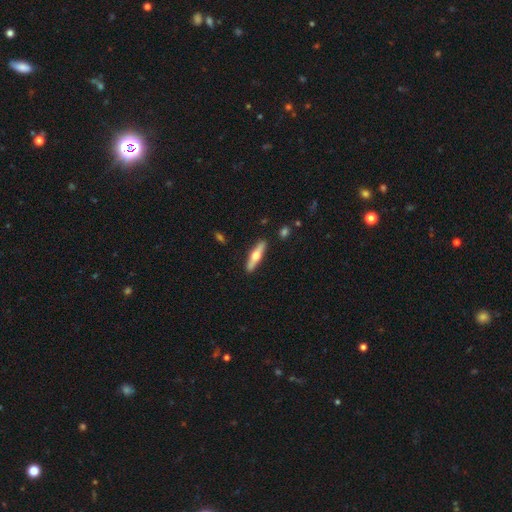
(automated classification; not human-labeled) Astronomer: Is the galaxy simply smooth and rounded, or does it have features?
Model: featured or disk — 54% (runner-up: smooth, 41%).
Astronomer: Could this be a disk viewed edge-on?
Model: yes — 93%.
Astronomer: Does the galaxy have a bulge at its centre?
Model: rounded — 94%.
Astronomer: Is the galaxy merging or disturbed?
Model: none — 89%.